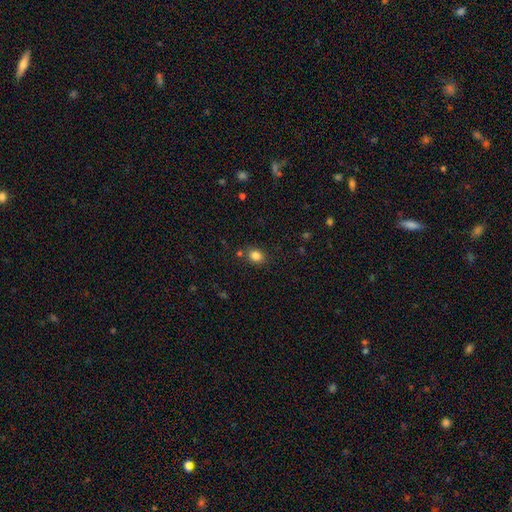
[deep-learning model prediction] smooth_or_featured: smooth (p=0.83) [alt: star or artifact p=0.12]
how_rounded: round (p=0.59) [alt: in between p=0.40]
merging: none (p=0.81) [alt: minor disturbance p=0.10]